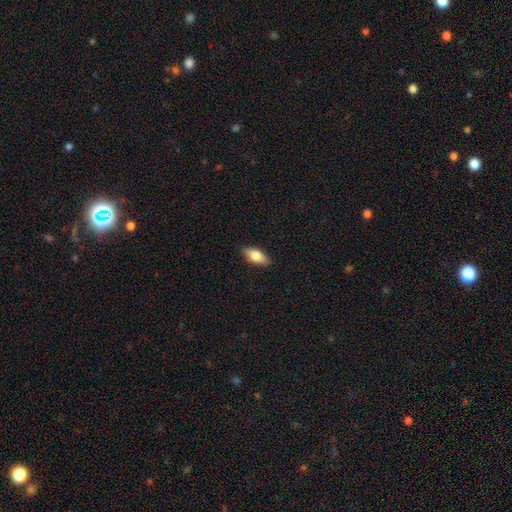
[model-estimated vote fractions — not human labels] The model was most divided on "smooth or featured": smooth: 75%, featured or disk: 18%, star or artifact: 7%. More confident: merging — none (87%); how rounded — in between (84%).